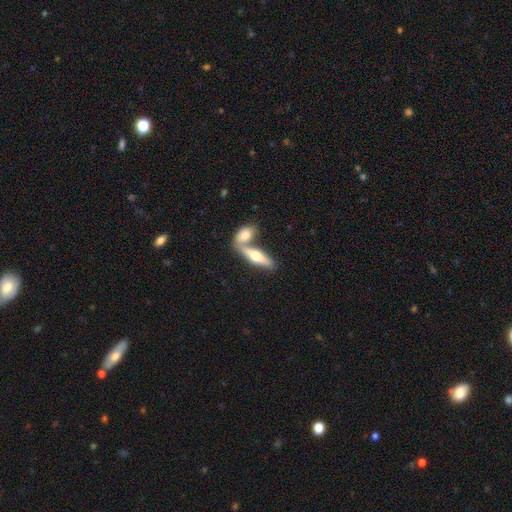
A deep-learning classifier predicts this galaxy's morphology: type=smooth (53%); roundness=cigar-shaped (53%); merging=merger (49%).